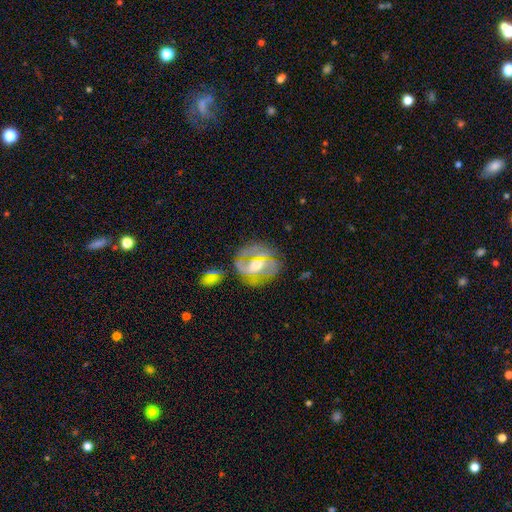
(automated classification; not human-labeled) Smooth or featured? featured or disk (57%)
Edge-on disk? no (94%)
Bar? no (46%)
Spiral arms? yes (50%, tied with no)
Bulge size? moderate (72%)
Merging? none (69%)